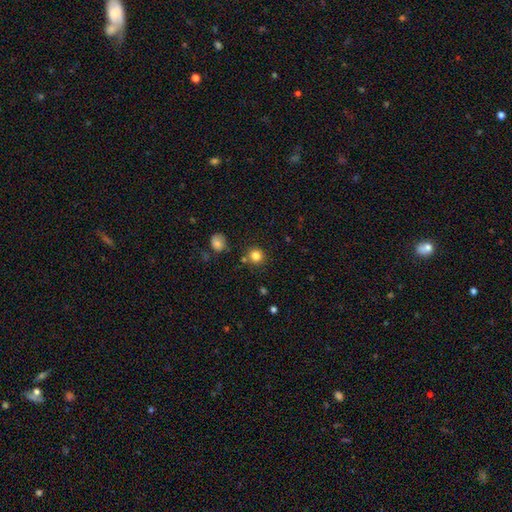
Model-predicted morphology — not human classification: A smooth galaxy with no disk features (82%) that is round (91%).

Vote fractions:
- Smooth or featured? smooth: 82% / star or artifact: 12% / featured or disk: 5%
- How rounded? round: 91% / in between: 8% / cigar-shaped: 1%
- Merging? none: 82% / minor disturbance: 8% / merger: 7% / major disturbance: 3%